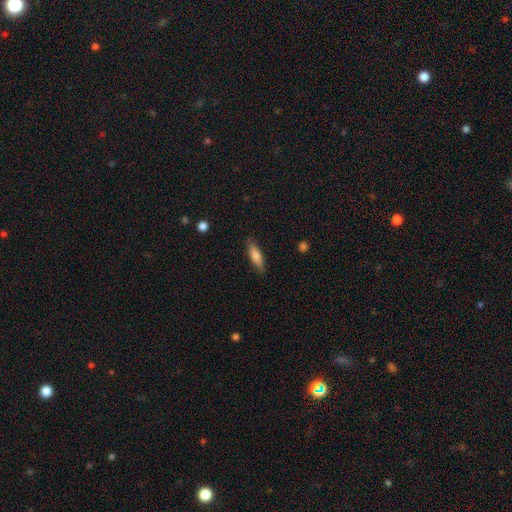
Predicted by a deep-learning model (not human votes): smooth 75%, featured or disk 19%, star or artifact 6%. Down the decision tree: how rounded — cigar-shaped (54%); merging — none (84%).